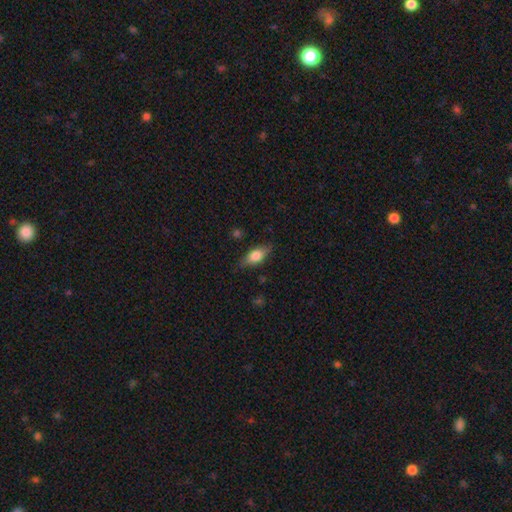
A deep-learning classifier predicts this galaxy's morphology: This is likely a smooth galaxy (62%). How rounded: likely in between (77%). Merging: likely none (79%).